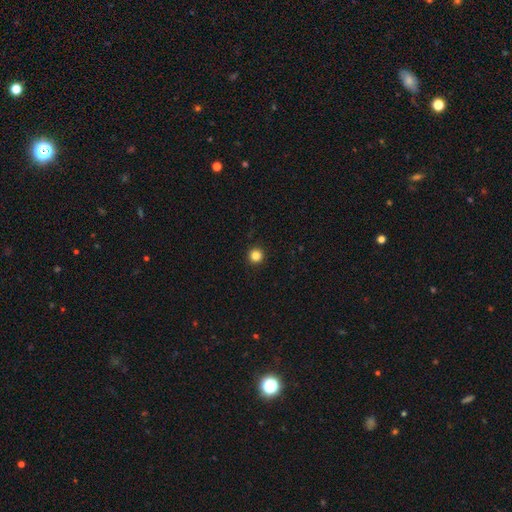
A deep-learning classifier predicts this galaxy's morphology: smooth 84%, star or artifact 12%, featured or disk 4%. Down the decision tree: how rounded — round (96%); merging — none (94%).